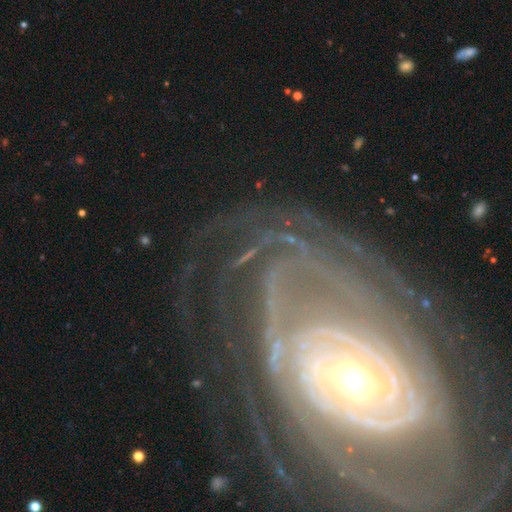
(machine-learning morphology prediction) The model was most divided on "spiral arm count": can't tell: 28%, more than 4: 22%, 2: 14%, 4: 14%, 3: 13%, 1: 9%. More confident: edge-on disk — no (95%); spiral arms — yes (94%); smooth or featured — featured or disk (88%); spiral winding — tight (81%); merging — none (71%); bar — no (57%); bulge size — moderate (54%).